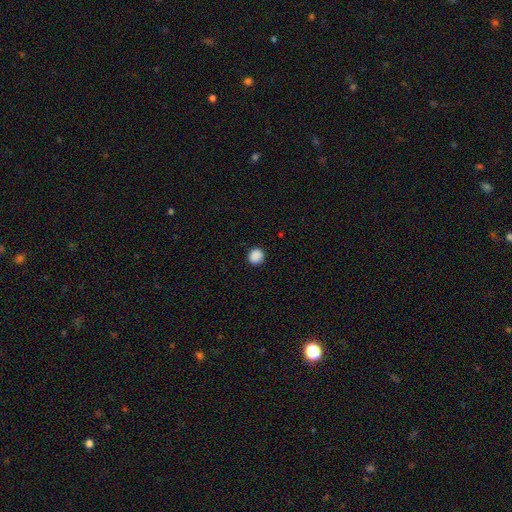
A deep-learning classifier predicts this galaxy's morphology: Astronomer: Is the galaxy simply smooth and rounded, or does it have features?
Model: smooth — 89%.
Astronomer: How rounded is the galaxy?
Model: round — 86%.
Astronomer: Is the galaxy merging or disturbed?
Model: none — 90%.